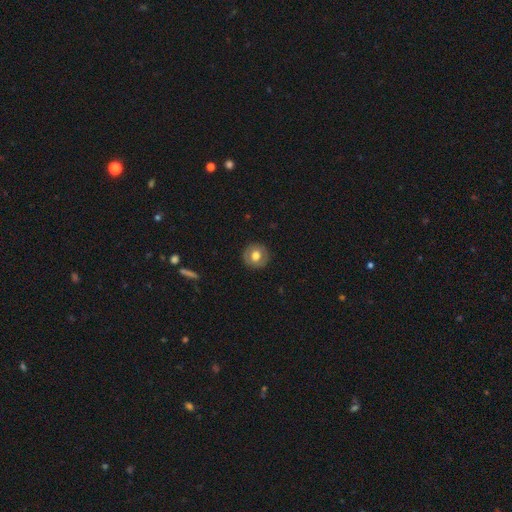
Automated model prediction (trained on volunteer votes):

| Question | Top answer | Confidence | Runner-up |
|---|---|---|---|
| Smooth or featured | smooth | 66% | featured or disk (26%) |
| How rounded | round | 91% | in between (8%) |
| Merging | none | 89% | minor disturbance (7%) |